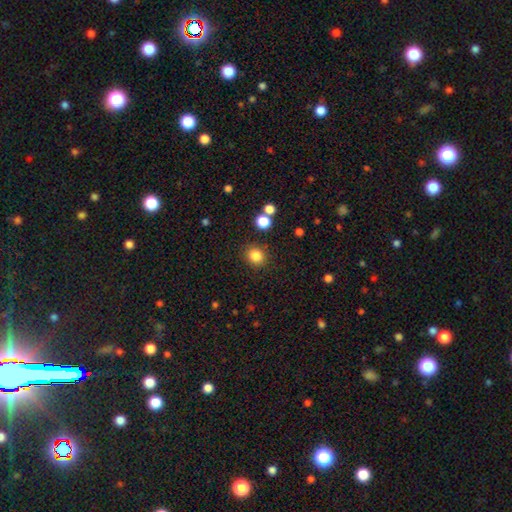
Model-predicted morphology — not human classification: Smooth or featured: smooth — 83% (star or artifact — 12%)
How rounded: round — 77% (in between — 22%)
Merging: none — 87% (minor disturbance — 8%)